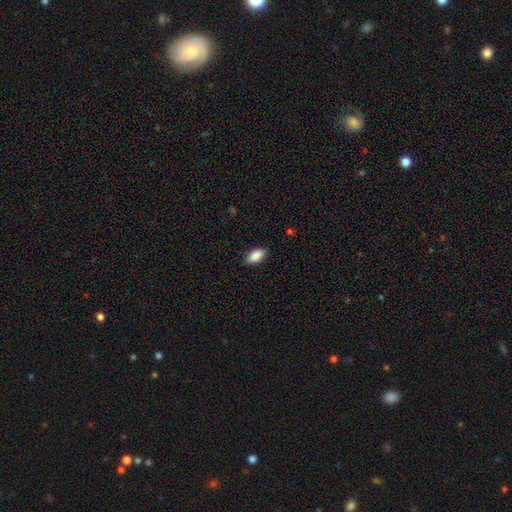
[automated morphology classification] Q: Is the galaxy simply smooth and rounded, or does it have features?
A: smooth — 88%.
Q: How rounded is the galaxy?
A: in between — 91%.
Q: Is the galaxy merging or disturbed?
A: none — 86%.